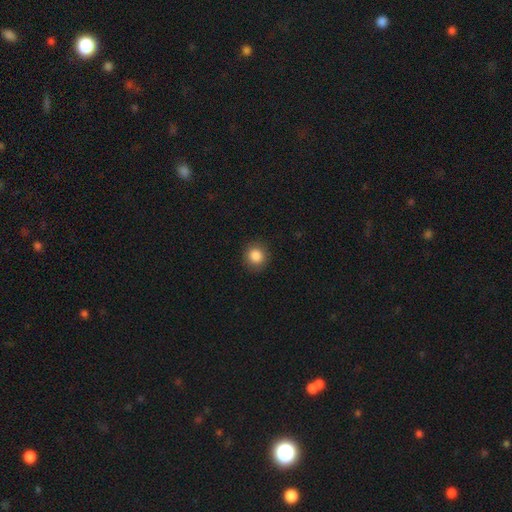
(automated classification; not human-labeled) Smooth or featured?
  - smooth: 86% *
  - star or artifact: 10%
  - featured or disk: 4%
How rounded?
  - round: 89% *
  - in between: 10%
  - cigar-shaped: 1%
Merging?
  - none: 90% *
  - minor disturbance: 7%
  - major disturbance: 2%
  - merger: 1%